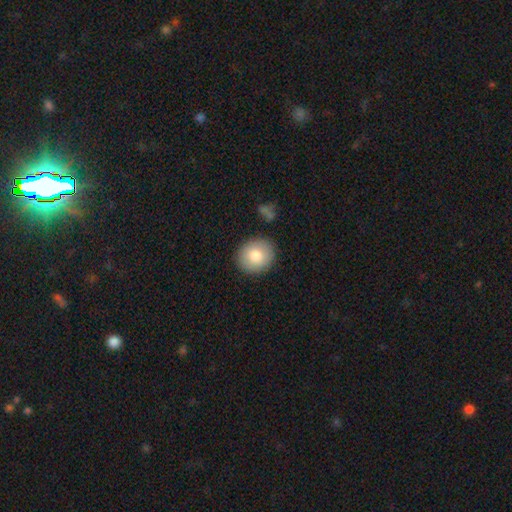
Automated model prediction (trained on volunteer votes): Morphology: type=smooth (82%); roundness=round (71%); merging=none (86%).